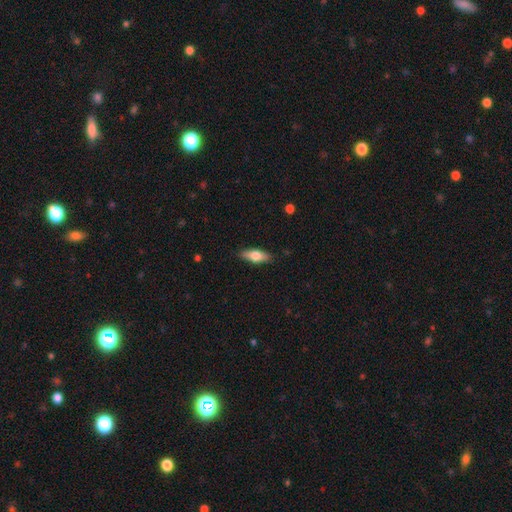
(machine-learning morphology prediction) A smooth galaxy with no disk features (65%) that is in between round and cigar-shaped (66%).

Vote fractions:
- Smooth or featured? smooth: 65% / featured or disk: 29% / star or artifact: 6%
- How rounded? in between: 66% / cigar-shaped: 31% / round: 3%
- Merging? none: 86% / minor disturbance: 11% / major disturbance: 2% / merger: 1%